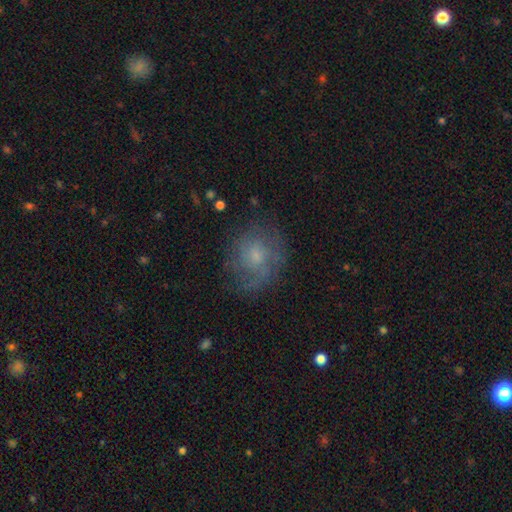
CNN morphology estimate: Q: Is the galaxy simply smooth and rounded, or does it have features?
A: featured or disk — 47%.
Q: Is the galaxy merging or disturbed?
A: none — 67%.